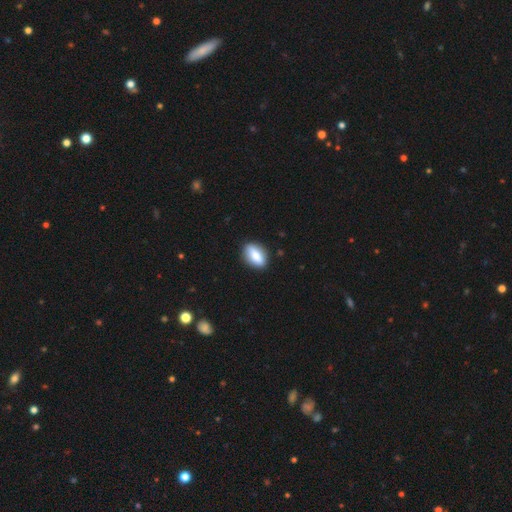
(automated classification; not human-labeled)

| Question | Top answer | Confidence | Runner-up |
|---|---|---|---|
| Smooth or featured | smooth | 75% | featured or disk (18%) |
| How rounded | in between | 81% | round (10%) |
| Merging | none | 86% | minor disturbance (10%) |